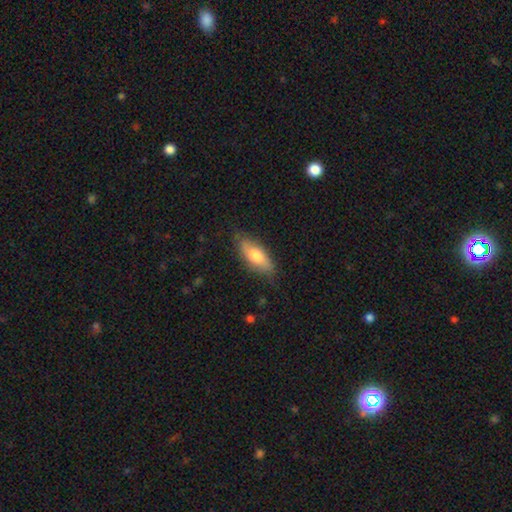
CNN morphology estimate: The model was most divided on "smooth or featured": smooth: 67%, featured or disk: 28%, star or artifact: 6%. More confident: merging — none (76%); how rounded — in between (73%).